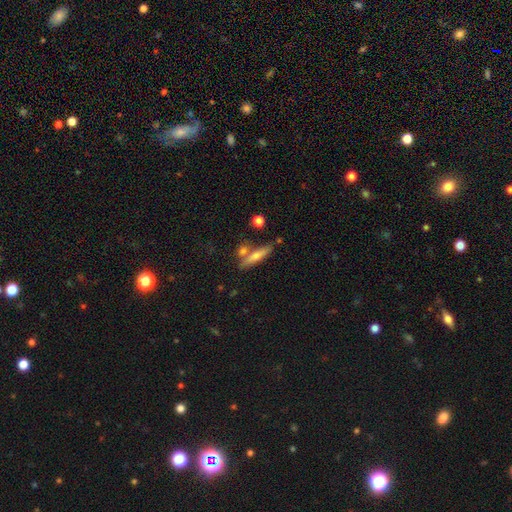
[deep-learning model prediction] smooth 52%, featured or disk 40%, star or artifact 8%. Down the decision tree: how rounded — cigar-shaped (84%); merging — none (70%).